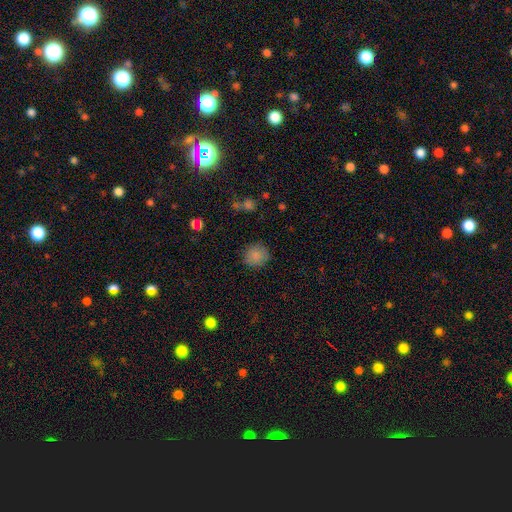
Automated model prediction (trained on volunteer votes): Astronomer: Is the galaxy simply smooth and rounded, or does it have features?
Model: smooth — 86%.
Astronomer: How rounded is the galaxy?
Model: round — 89%.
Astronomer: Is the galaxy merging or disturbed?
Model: none — 86%.